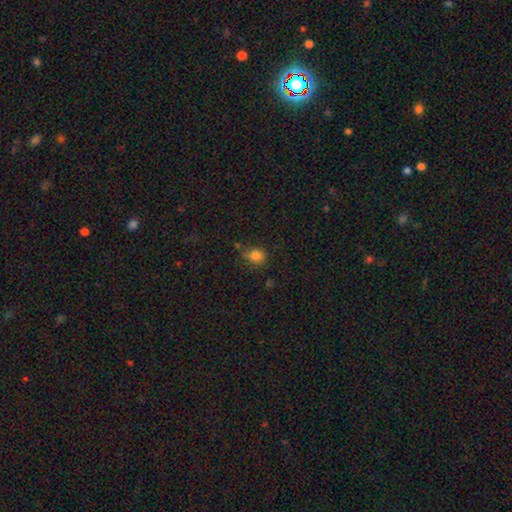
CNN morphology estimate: smooth 82%, star or artifact 13%, featured or disk 6%. Down the decision tree: how rounded — round (61%); merging — none (59%).